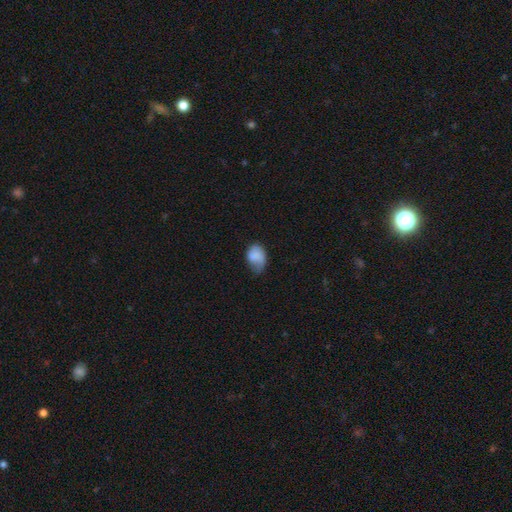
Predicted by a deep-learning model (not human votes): smooth 74%, featured or disk 19%, star or artifact 7%. Down the decision tree: how rounded — in between (74%); merging — minor disturbance (41%).